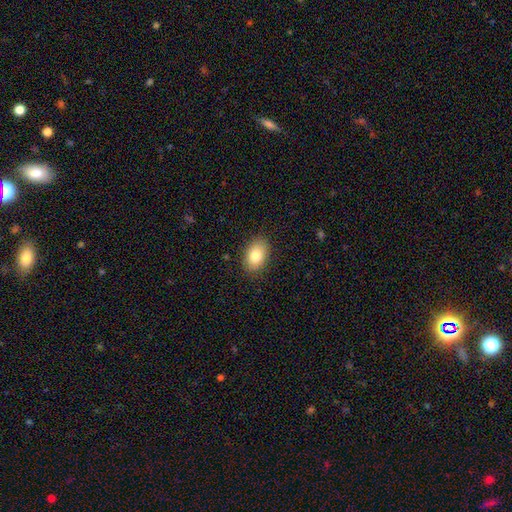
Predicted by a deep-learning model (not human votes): This is clearly a smooth galaxy (83%). How rounded: clearly in between (87%). Merging: clearly none (86%).